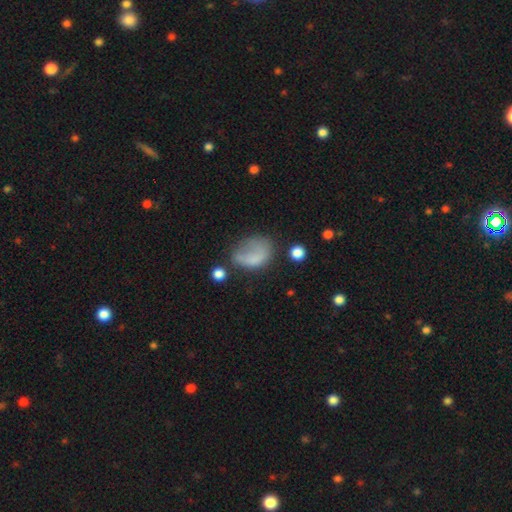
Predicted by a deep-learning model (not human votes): This is likely a smooth galaxy (68%). How rounded: likely in between (70%). Merging: marginally major disturbance (36%).